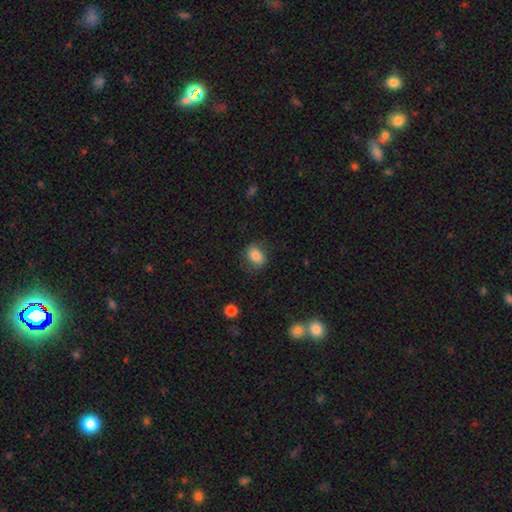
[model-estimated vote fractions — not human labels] smooth_or_featured: smooth (p=0.78) [alt: featured or disk p=0.14]
how_rounded: in between (p=0.62) [alt: round p=0.36]
merging: none (p=0.71) [alt: minor disturbance p=0.19]